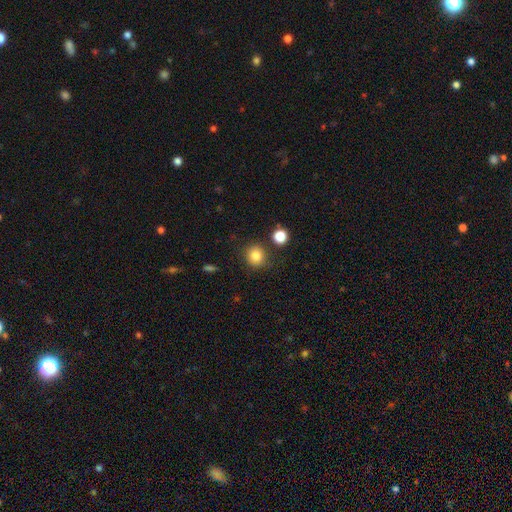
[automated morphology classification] smooth_or_featured: smooth (p=0.83) [alt: star or artifact p=0.11]
how_rounded: round (p=0.84) [alt: in between p=0.15]
merging: none (p=0.82) [alt: minor disturbance p=0.10]